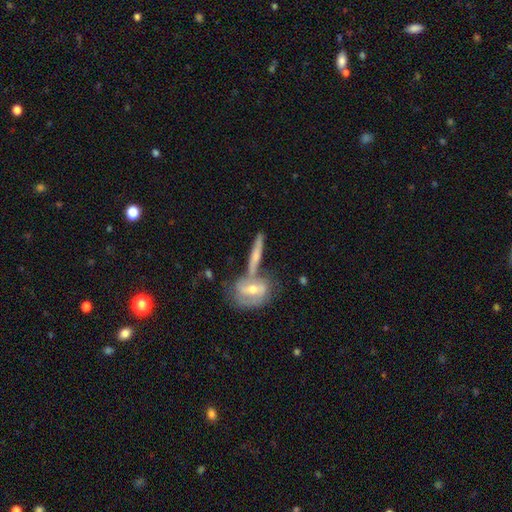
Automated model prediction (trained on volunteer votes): featured or disk 54%, smooth 40%, star or artifact 7%. Down the decision tree: edge-on disk — yes (72%); merging — none (51%).